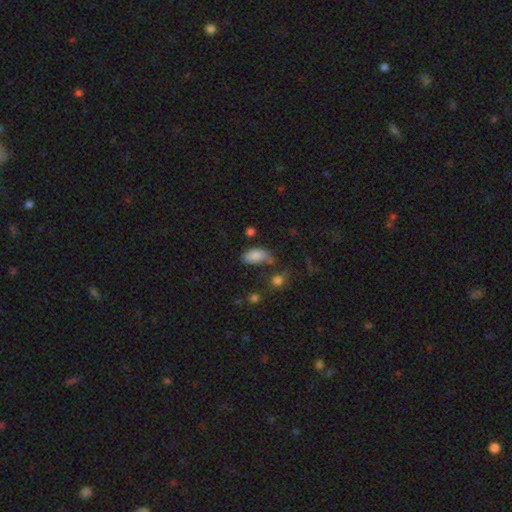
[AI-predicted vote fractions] This is clearly a smooth galaxy (83%). How rounded: clearly in between (92%). Merging: possibly none (54%).